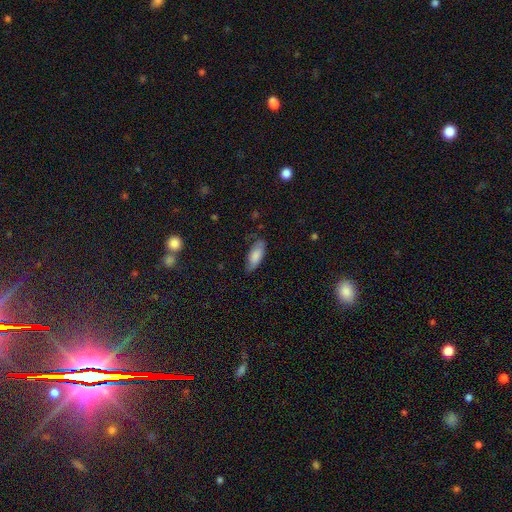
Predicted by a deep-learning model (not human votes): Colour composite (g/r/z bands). It shows a smooth galaxy with no disk features (80%) that is in between round and cigar-shaped (78%). Merging: none (71%).